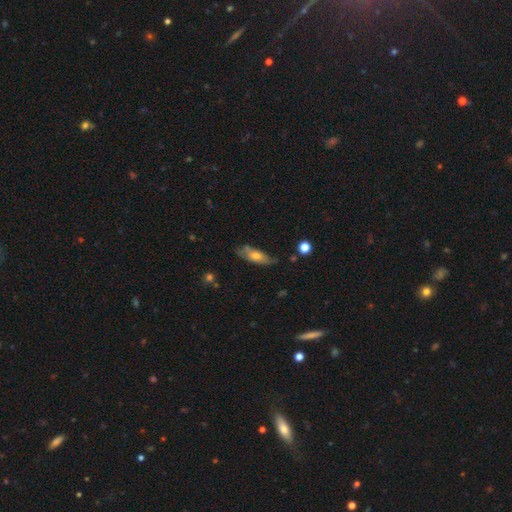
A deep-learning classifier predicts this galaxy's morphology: A smooth galaxy with no disk features (58%) that is in between round and cigar-shaped (66%).

Vote fractions:
- Smooth or featured? smooth: 58% / featured or disk: 35% / star or artifact: 7%
- How rounded? in between: 66% / cigar-shaped: 32% / round: 3%
- Merging? none: 60% / minor disturbance: 28% / major disturbance: 8% / merger: 5%